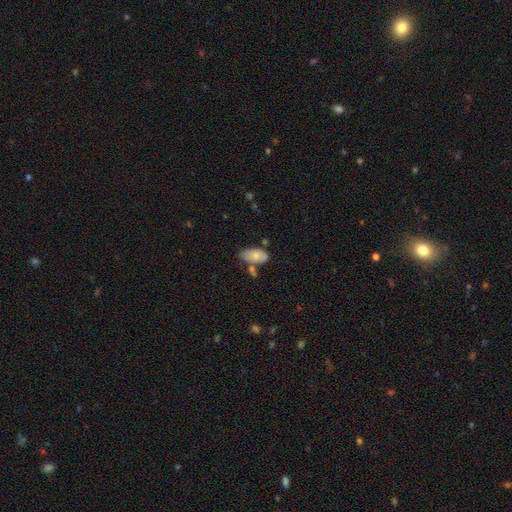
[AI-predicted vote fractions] Smooth or featured?
  - smooth: 78% *
  - featured or disk: 15%
  - star or artifact: 7%
How rounded?
  - in between: 93% *
  - cigar-shaped: 4%
  - round: 3%
Merging?
  - none: 49% *
  - minor disturbance: 27%
  - merger: 17%
  - major disturbance: 8%